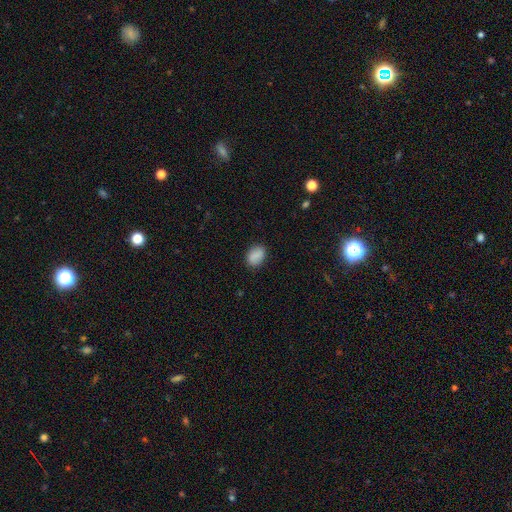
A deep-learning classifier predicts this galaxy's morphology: Smooth or featured? smooth (88%)
How rounded? in between (77%)
Merging? none (85%)